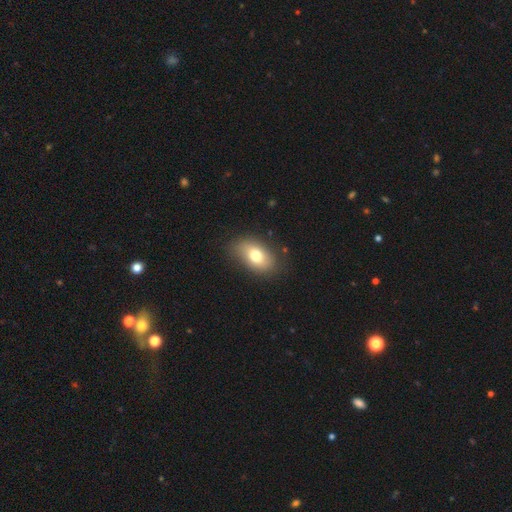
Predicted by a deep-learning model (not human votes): Morphology: type=smooth (74%); roundness=in between (89%); merging=none (80%).